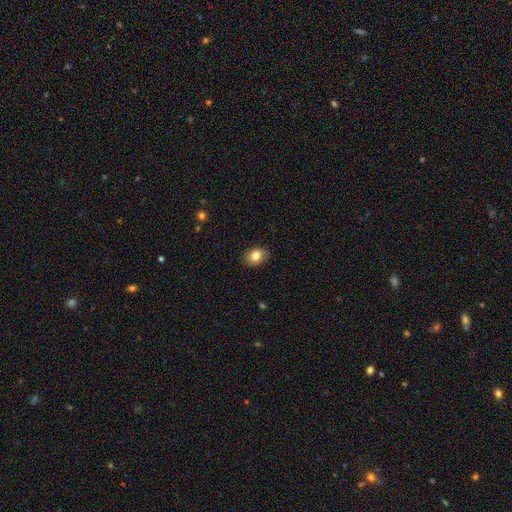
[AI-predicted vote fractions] Smooth or featured? Predicted: smooth (p=0.83). How rounded? Predicted: in between (p=0.66). Merging? Predicted: none (p=0.87).